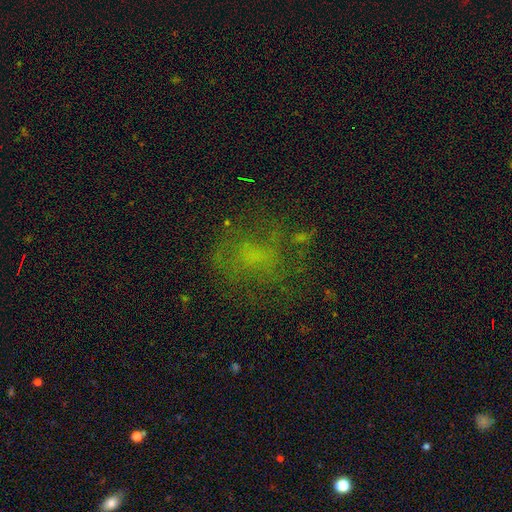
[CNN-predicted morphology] Smooth or featured? Predicted: smooth (p=0.38). Merging? Predicted: none (p=0.60).